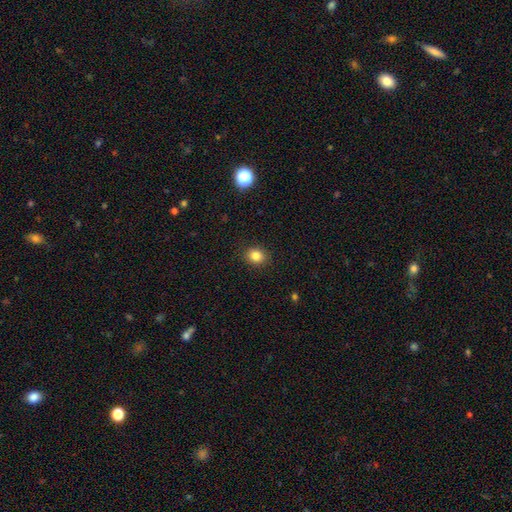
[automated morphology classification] Smooth or featured?
  - smooth: 82% *
  - star or artifact: 12%
  - featured or disk: 6%
How rounded?
  - round: 68% *
  - in between: 31%
  - cigar-shaped: 1%
Merging?
  - none: 90% *
  - minor disturbance: 7%
  - major disturbance: 2%
  - merger: 1%